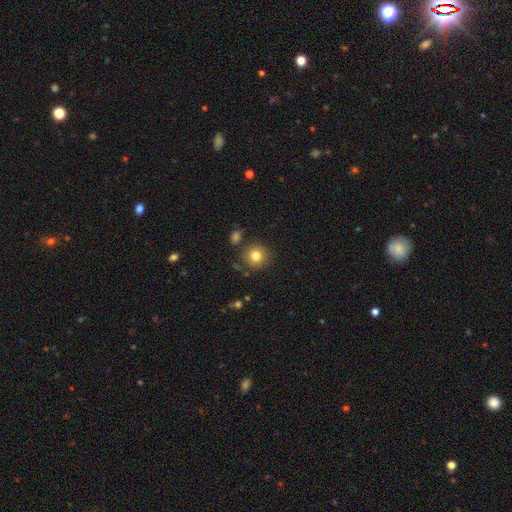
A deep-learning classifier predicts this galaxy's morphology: The model was most divided on "smooth or featured": smooth: 82%, star or artifact: 11%, featured or disk: 8%. More confident: how rounded — round (92%); merging — none (84%).